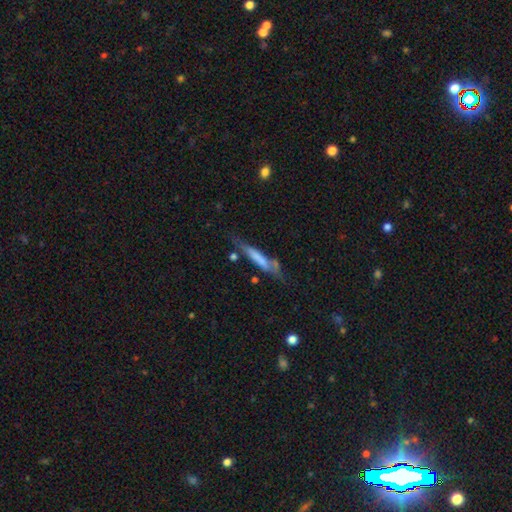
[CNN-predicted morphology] This appears to be a featured or disk galaxy (50%). Merging: none (71%).